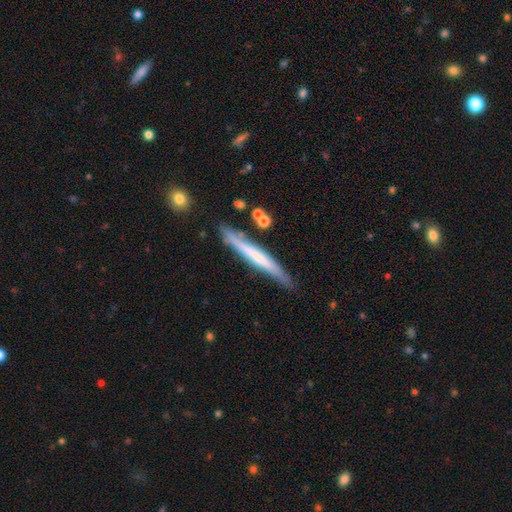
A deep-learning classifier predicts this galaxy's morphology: Smooth or featured?
  - smooth: 49% *
  - featured or disk: 45%
  - star or artifact: 6%
Merging?
  - none: 79% *
  - minor disturbance: 14%
  - merger: 4%
  - major disturbance: 3%